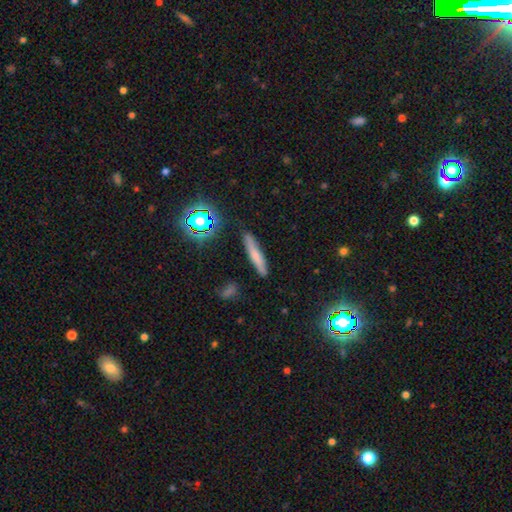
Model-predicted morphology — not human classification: Smooth or featured: smooth — 67% (featured or disk — 21%)
How rounded: cigar-shaped — 89% (in between — 8%)
Merging: none — 84% (minor disturbance — 11%)